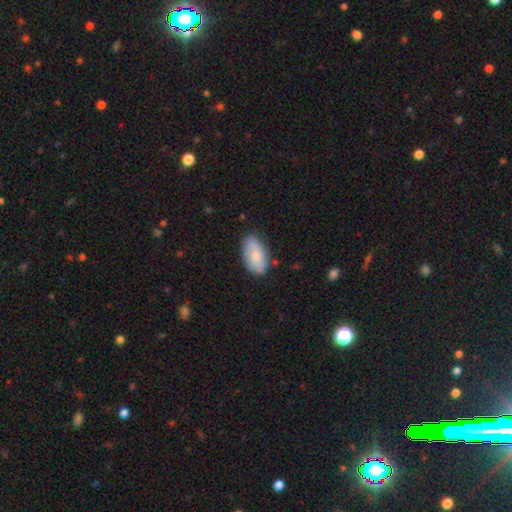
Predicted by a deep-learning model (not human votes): smooth 61%, featured or disk 32%, star or artifact 6%. Down the decision tree: how rounded — in between (92%); merging — none (74%).